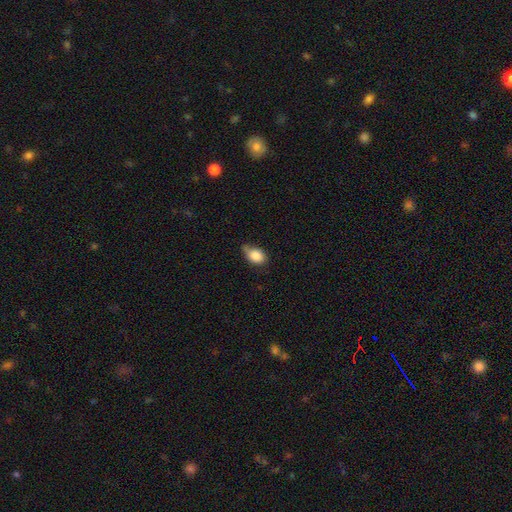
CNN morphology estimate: Smooth or featured: smooth — 86% (star or artifact — 8%)
How rounded: in between — 81% (round — 18%)
Merging: none — 53% (minor disturbance — 36%)